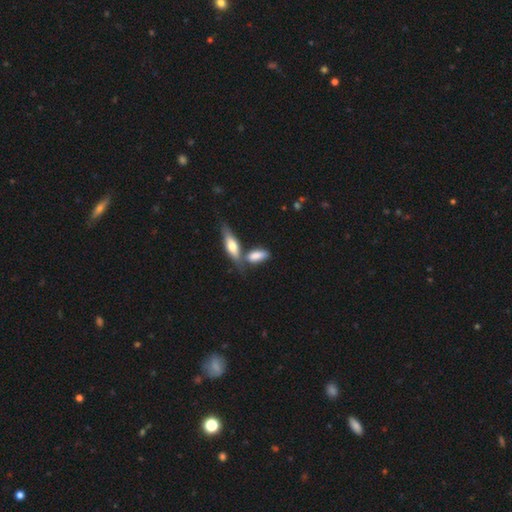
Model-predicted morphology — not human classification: Smooth or featured? smooth (76%)
How rounded? in between (70%)
Merging? none (45%)